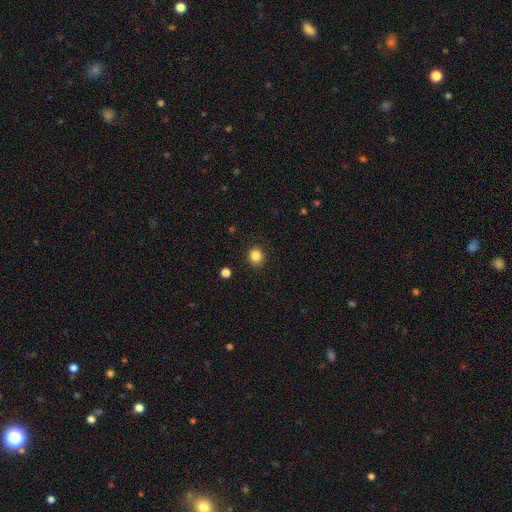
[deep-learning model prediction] smooth_or_featured: smooth (p=0.85) [alt: star or artifact p=0.11]
how_rounded: round (p=0.85) [alt: in between p=0.14]
merging: none (p=0.89) [alt: minor disturbance p=0.07]